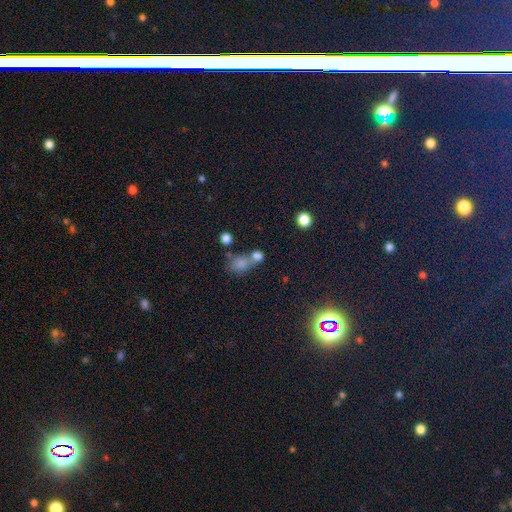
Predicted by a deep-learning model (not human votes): The model was most divided on "merging": none: 46%, merger: 40%, minor disturbance: 9%, major disturbance: 5%. More confident: how rounded — round (60%); smooth or featured — smooth (55%).